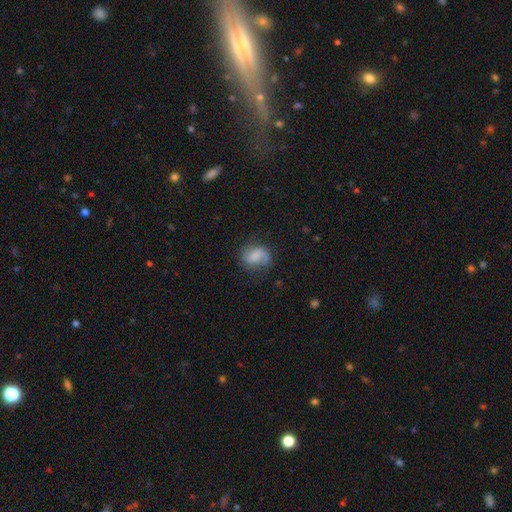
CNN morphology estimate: Q: Smooth or featured?
A: smooth (58%); runner-up: featured or disk (33%)
Q: How rounded?
A: in between (59%); runner-up: round (40%)
Q: Merging?
A: none (57%); runner-up: minor disturbance (26%)